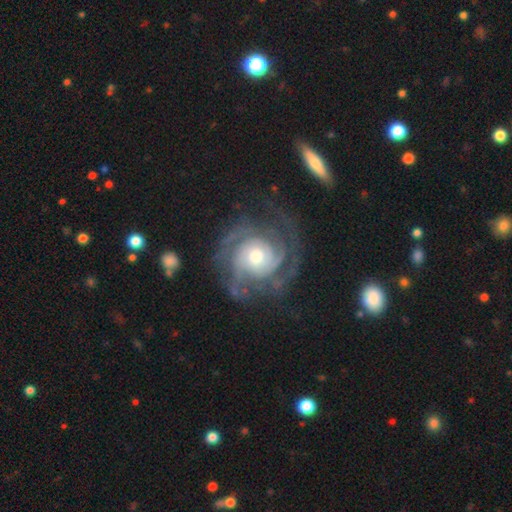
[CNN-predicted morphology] Smooth or featured? featured or disk (89%)
Edge-on disk? no (98%)
Bar? no (75%)
Spiral arms? yes (97%)
Spiral winding? tight (66%)
Spiral arm count? 3 (29%)
Bulge size? moderate (65%)
Merging? none (70%)